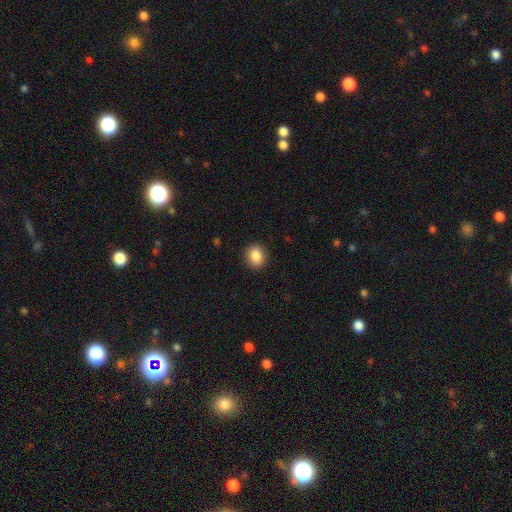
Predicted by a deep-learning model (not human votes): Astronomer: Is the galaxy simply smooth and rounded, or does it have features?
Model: smooth — 87%.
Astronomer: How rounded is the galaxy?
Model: round — 69%.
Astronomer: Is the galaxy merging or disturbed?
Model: none — 90%.